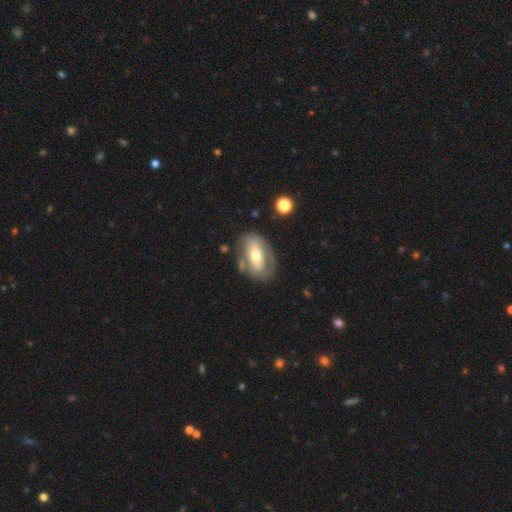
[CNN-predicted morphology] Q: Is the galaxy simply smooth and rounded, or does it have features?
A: featured or disk — 58%.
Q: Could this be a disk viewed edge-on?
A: no — 89%.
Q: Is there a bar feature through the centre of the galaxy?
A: no — 42%.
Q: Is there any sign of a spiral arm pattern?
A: no — 62%.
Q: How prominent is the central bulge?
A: moderate — 63%.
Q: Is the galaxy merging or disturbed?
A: none — 63%.